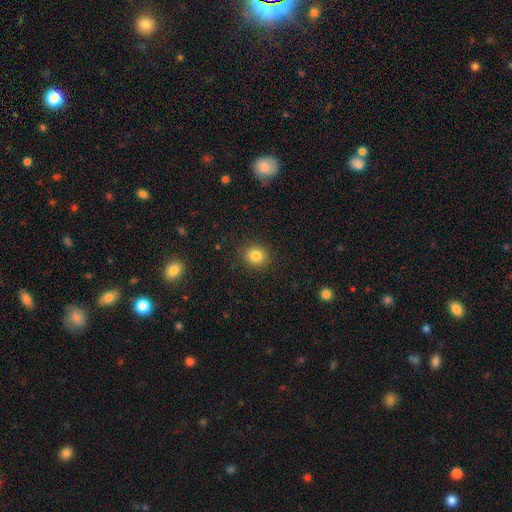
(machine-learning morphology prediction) smooth 83%, star or artifact 11%, featured or disk 6%. Down the decision tree: how rounded — round (79%); merging — none (89%).